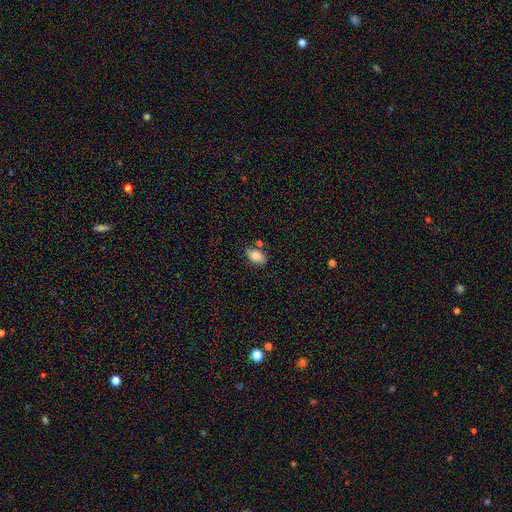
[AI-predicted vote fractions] smooth 80%, featured or disk 12%, star or artifact 8%. Down the decision tree: how rounded — in between (91%); merging — none (64%).